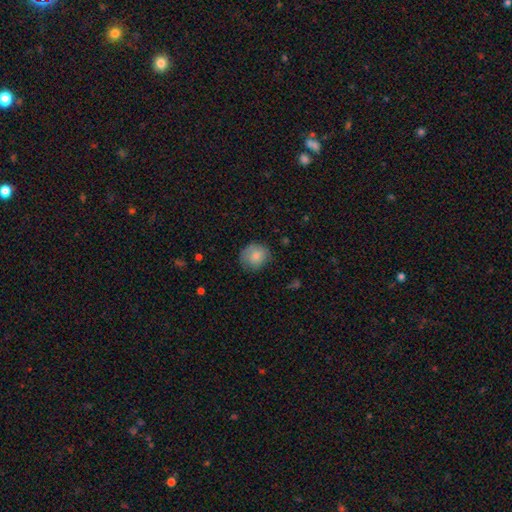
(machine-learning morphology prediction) smooth_or_featured: smooth (p=0.80) [alt: featured or disk p=0.12]
how_rounded: round (p=0.77) [alt: in between p=0.22]
merging: none (p=0.70) [alt: minor disturbance p=0.23]